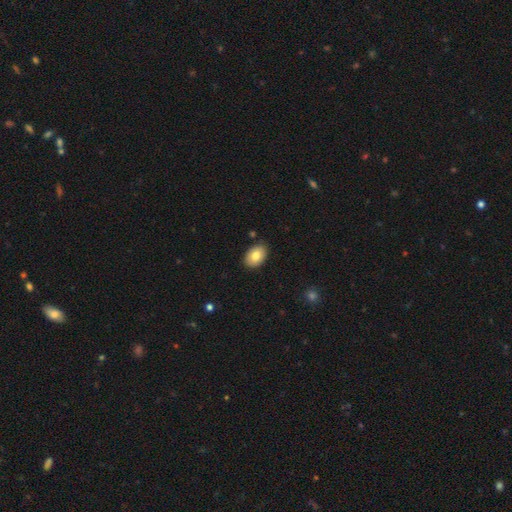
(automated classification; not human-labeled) A smooth galaxy with no disk features (79%) that is in between round and cigar-shaped (85%). Merging: none (87%).